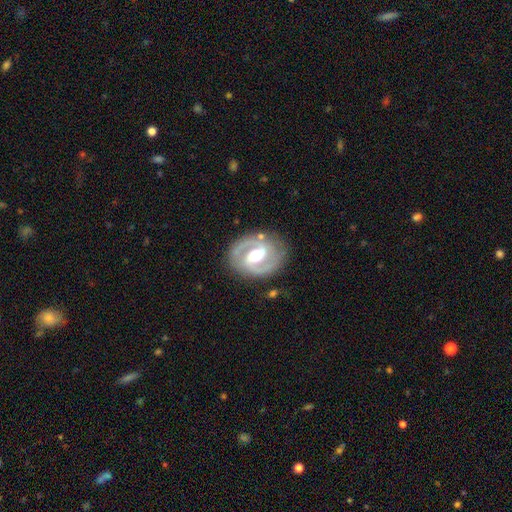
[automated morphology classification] This appears to be a featured or disk galaxy (89%) with a weak bar (45%), 2 (91%) medium (53%) spiral arms (94%) and a moderate central bulge (70%). Merging: none (82%).